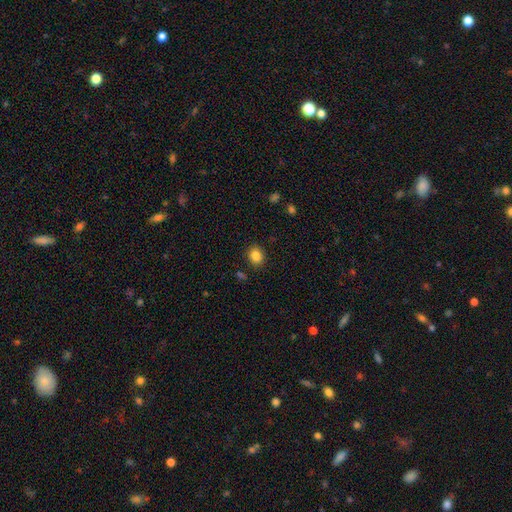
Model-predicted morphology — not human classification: smooth-or-featured: smooth: 86% | star or artifact: 10% | featured or disk: 4%
  how-rounded: in between: 50% | round: 49% | cigar-shaped: 1%
  merging: none: 86% | minor disturbance: 9% | major disturbance: 3% | merger: 2%